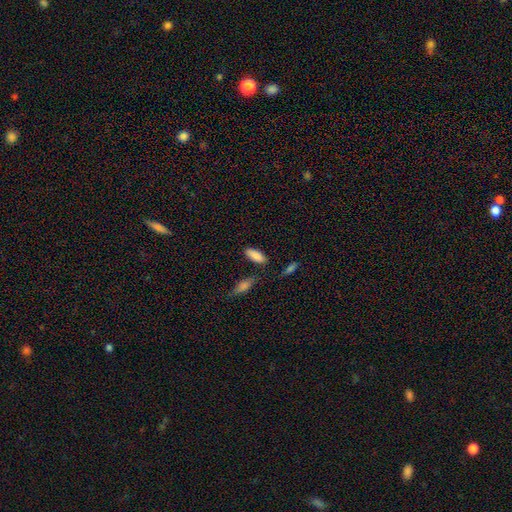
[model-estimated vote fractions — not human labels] A smooth galaxy with no disk features (87%) that is in between round and cigar-shaped (77%).

Vote fractions:
- Smooth or featured? smooth: 87% / star or artifact: 7% / featured or disk: 7%
- How rounded? in between: 77% / cigar-shaped: 21% / round: 2%
- Merging? none: 76% / minor disturbance: 14% / merger: 6% / major disturbance: 4%